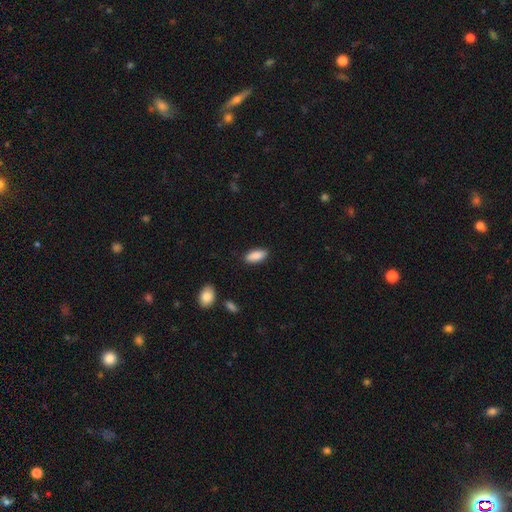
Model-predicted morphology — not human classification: Smooth or featured? smooth (89%)
How rounded? in between (84%)
Merging? none (86%)